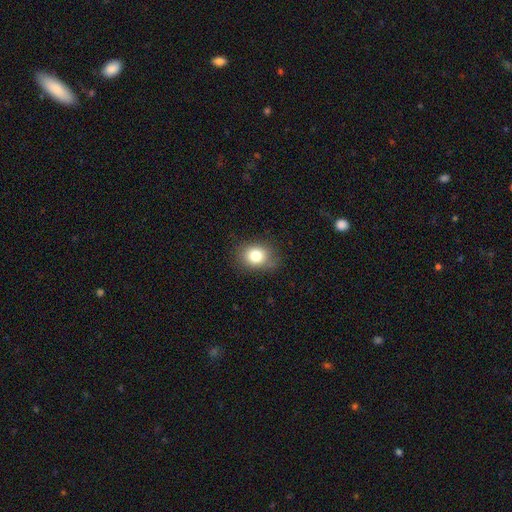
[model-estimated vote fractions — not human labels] A smooth galaxy with no disk features (80%) that is round (54%).

Vote fractions:
- Smooth or featured? smooth: 80% / star or artifact: 11% / featured or disk: 9%
- How rounded? round: 54% / in between: 45% / cigar-shaped: 1%
- Merging? none: 77% / minor disturbance: 17% / major disturbance: 4% / merger: 1%